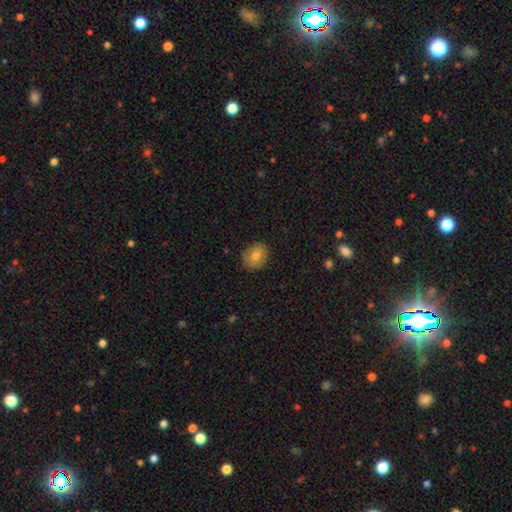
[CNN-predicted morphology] smooth-or-featured: smooth: 75% | featured or disk: 15% | star or artifact: 10%
  how-rounded: round: 62% | in between: 37% | cigar-shaped: 1%
  merging: none: 87% | minor disturbance: 10% | major disturbance: 2% | merger: 1%